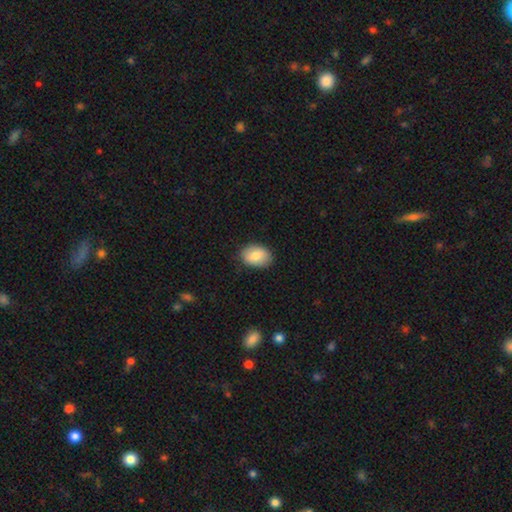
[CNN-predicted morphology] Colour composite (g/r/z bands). It shows a smooth galaxy with no disk features (81%) that is in between round and cigar-shaped (79%). Merging: none (83%).